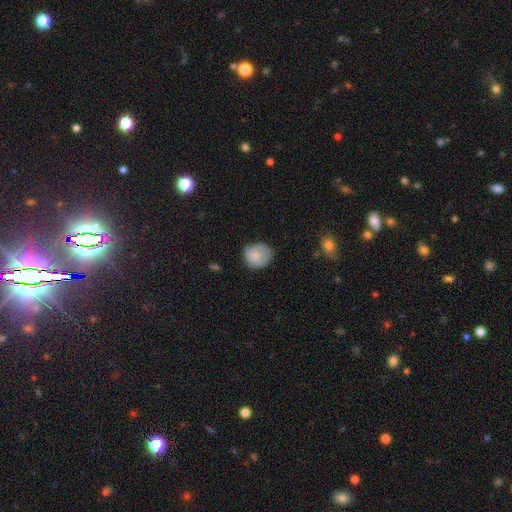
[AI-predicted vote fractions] This is likely a smooth galaxy (74%). How rounded: likely round (70%). Merging: possibly none (59%).